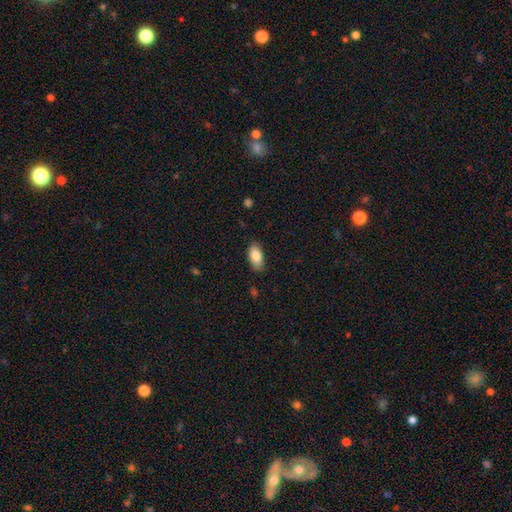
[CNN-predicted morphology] Q: Smooth or featured?
A: smooth (83%); runner-up: featured or disk (10%)
Q: How rounded?
A: in between (92%); runner-up: cigar-shaped (4%)
Q: Merging?
A: none (84%); runner-up: minor disturbance (13%)